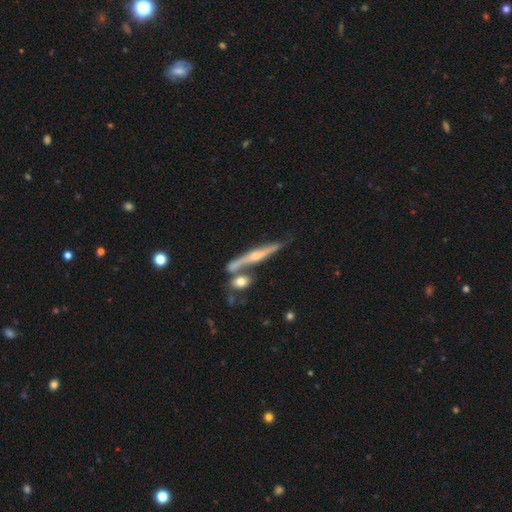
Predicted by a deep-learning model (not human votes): Smooth or featured? Predicted: featured or disk (p=0.76). Edge-on disk? Predicted: yes (p=0.93). Edge-on bulge? Predicted: rounded (p=0.85). Merging? Predicted: none (p=0.62).